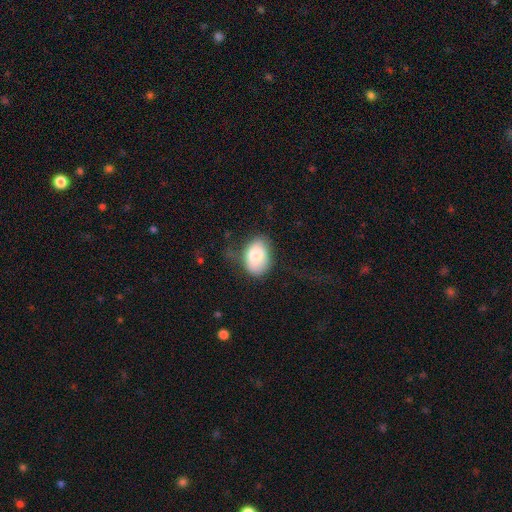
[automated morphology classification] Smooth or featured?
  - smooth: 80% *
  - featured or disk: 13%
  - star or artifact: 7%
How rounded?
  - in between: 84% *
  - round: 15%
  - cigar-shaped: 1%
Merging?
  - none: 54% *
  - minor disturbance: 29%
  - major disturbance: 14%
  - merger: 2%